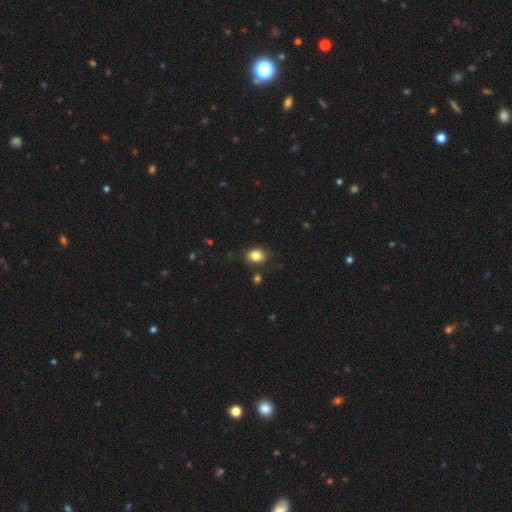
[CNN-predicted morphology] Smooth or featured: smooth — 83% (star or artifact — 10%)
How rounded: in between — 53% (round — 46%)
Merging: none — 83% (minor disturbance — 11%)